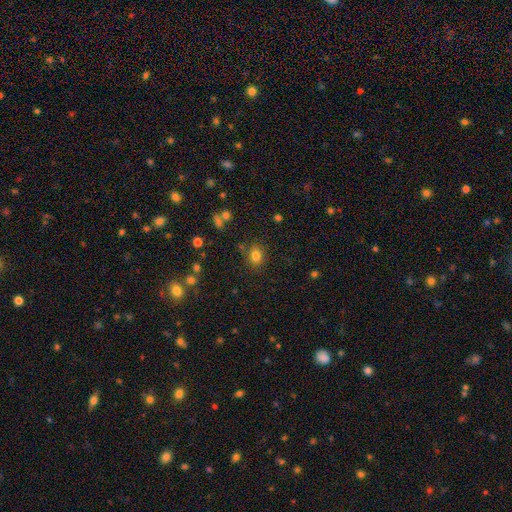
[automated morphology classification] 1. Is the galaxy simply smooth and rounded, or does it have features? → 80% smooth, 13% star or artifact, 7% featured or disk.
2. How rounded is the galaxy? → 51% in between, 48% round, 1% cigar-shaped.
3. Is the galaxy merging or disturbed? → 80% none, 12% minor disturbance, 4% merger, 4% major disturbance.